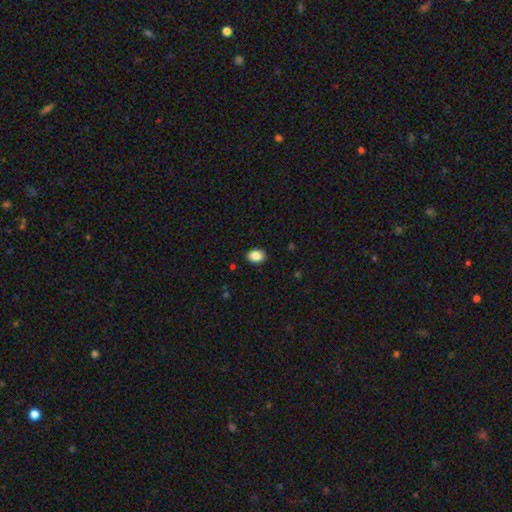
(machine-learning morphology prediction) smooth 88%, star or artifact 8%, featured or disk 4%. Down the decision tree: how rounded — in between (64%); merging — none (90%).